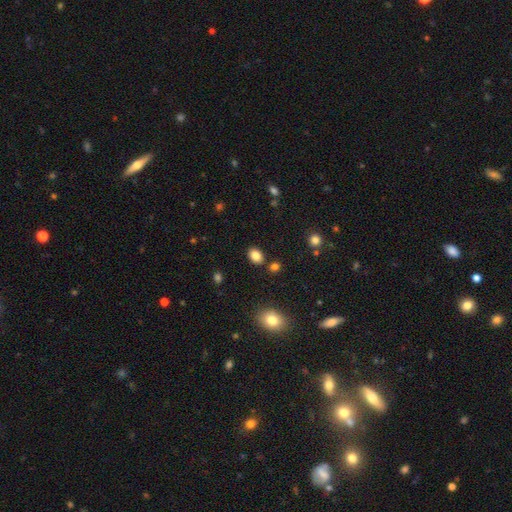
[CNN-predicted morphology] smooth 84%, star or artifact 10%, featured or disk 6%. Down the decision tree: how rounded — in between (72%); merging — none (83%).